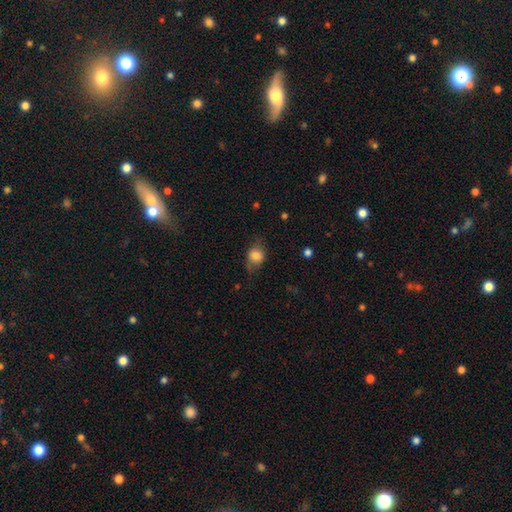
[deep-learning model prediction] Q: Smooth or featured?
A: smooth (77%); runner-up: featured or disk (14%)
Q: How rounded?
A: round (53%); runner-up: in between (46%)
Q: Merging?
A: none (59%); runner-up: minor disturbance (28%)